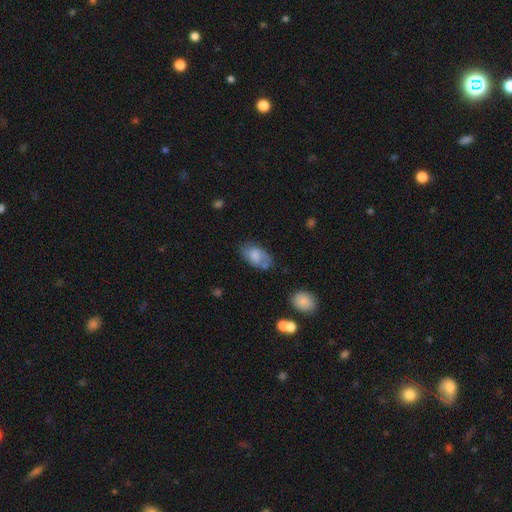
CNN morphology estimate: The model was most divided on "merging": none: 55%, minor disturbance: 28%, major disturbance: 11%, merger: 6%. More confident: how rounded — in between (92%); smooth or featured — smooth (70%).